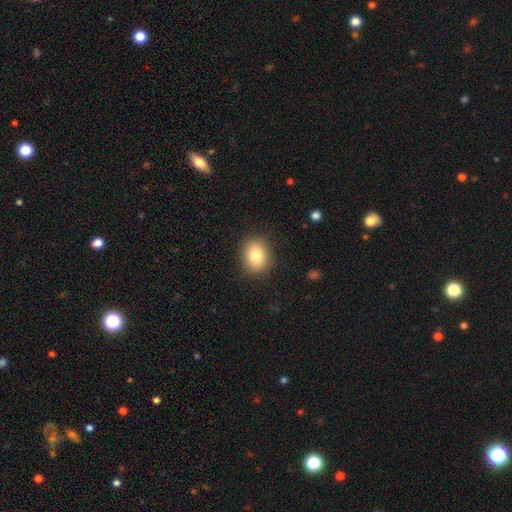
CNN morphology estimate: The model was most divided on "how rounded": in between: 51%, round: 48%, cigar-shaped: 1%. More confident: merging — none (87%); smooth or featured — smooth (82%).